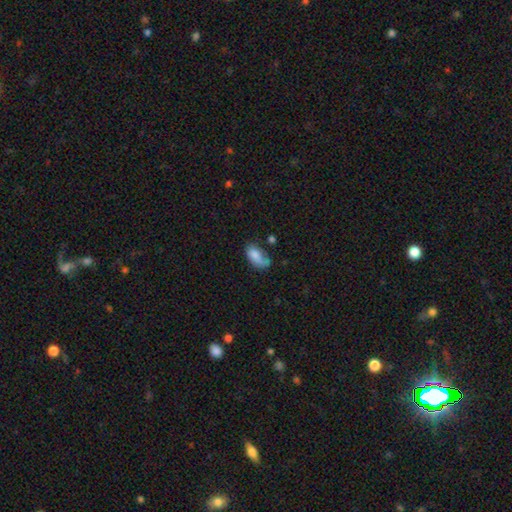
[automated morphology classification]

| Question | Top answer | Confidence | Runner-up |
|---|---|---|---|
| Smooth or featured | smooth | 77% | featured or disk (16%) |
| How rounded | in between | 92% | round (5%) |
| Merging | none | 44% | minor disturbance (30%) |